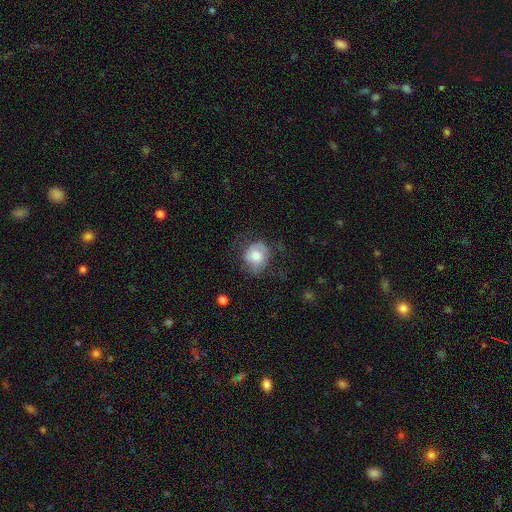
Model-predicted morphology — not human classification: This is likely a smooth galaxy (67%). How rounded: likely round (63%). Merging: possibly none (55%).